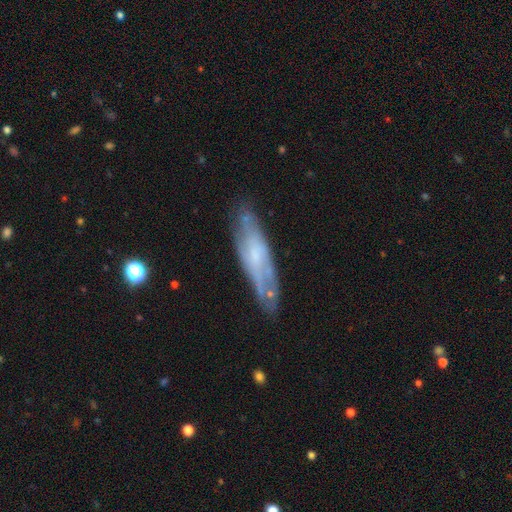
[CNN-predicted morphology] smooth-or-featured: featured or disk: 59% | smooth: 33% | star or artifact: 7%
  disk-edge-on: no: 56% | yes: 44%
  merging: none: 71% | minor disturbance: 20% | major disturbance: 6% | merger: 3%